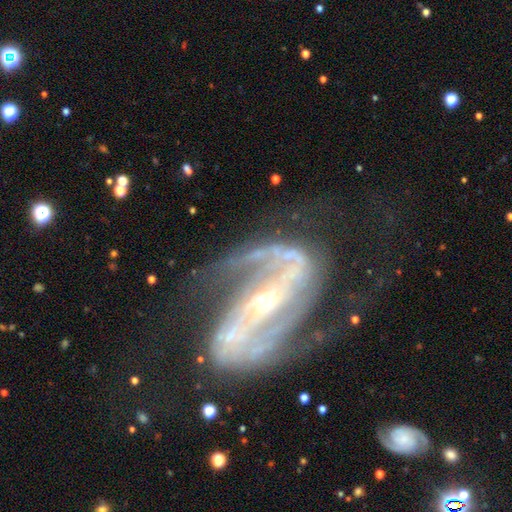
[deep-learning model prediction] Smooth or featured? Predicted: featured or disk (p=0.86). Edge-on disk? Predicted: no (p=0.93). Bar? Predicted: strong (p=0.43). Spiral arms? Predicted: yes (p=0.92). Spiral winding? Predicted: medium (p=0.42). Spiral arm count? Predicted: 2 (p=0.61). Bulge size? Predicted: small (p=0.49). Merging? Predicted: none (p=0.49).